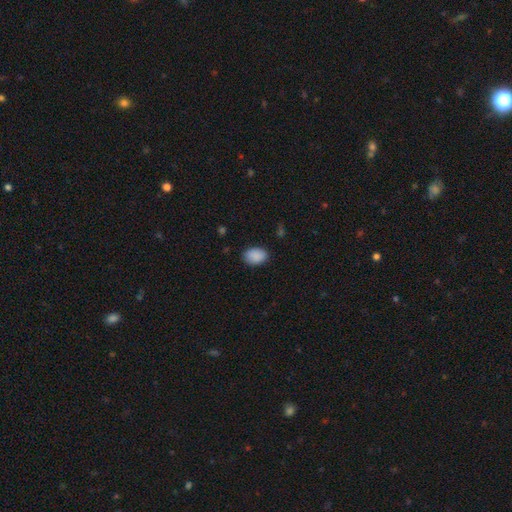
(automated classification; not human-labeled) Q: Smooth or featured?
A: smooth (89%); runner-up: star or artifact (7%)
Q: How rounded?
A: in between (82%); runner-up: round (17%)
Q: Merging?
A: none (84%); runner-up: minor disturbance (12%)